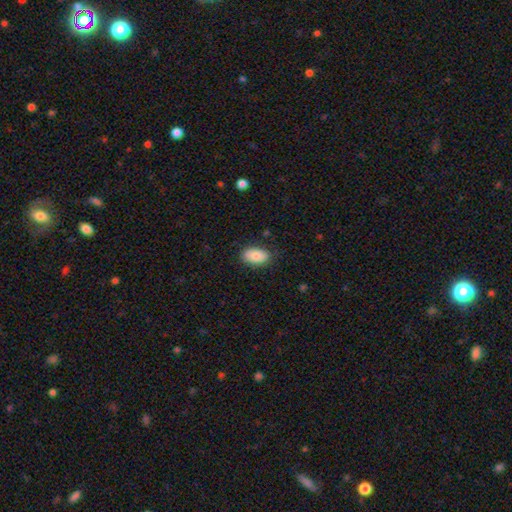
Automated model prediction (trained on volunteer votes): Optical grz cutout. It shows a smooth galaxy with no disk features (85%) that is in between round and cigar-shaped (92%). Merging: none (82%).